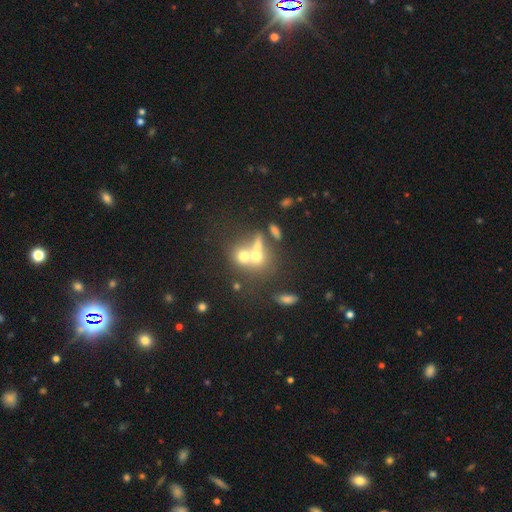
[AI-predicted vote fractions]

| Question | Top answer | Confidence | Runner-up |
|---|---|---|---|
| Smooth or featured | smooth | 53% | featured or disk (30%) |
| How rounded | round | 68% | in between (30%) |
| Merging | merger | 57% | none (29%) |